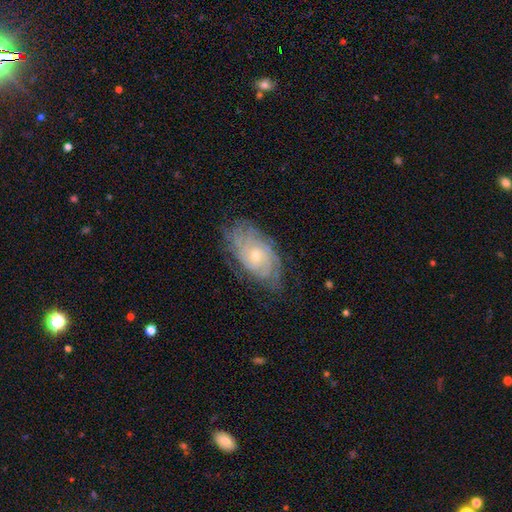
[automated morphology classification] type=featured or disk (83%); edge-on=no (95%); bar=no (76%); spiral arms=yes (96%); winding=tight (76%); arm count=can't tell (43%); bulge=small (66%); merging=none (75%).